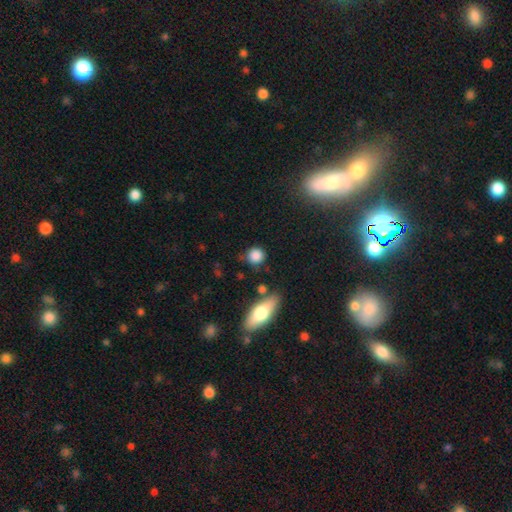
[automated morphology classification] Q: Smooth or featured?
A: smooth (84%); runner-up: star or artifact (9%)
Q: How rounded?
A: round (86%); runner-up: in between (12%)
Q: Merging?
A: none (77%); runner-up: minor disturbance (14%)